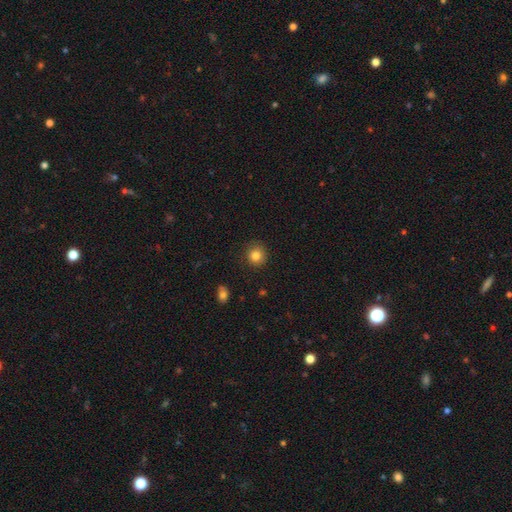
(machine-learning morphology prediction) Smooth or featured?
  - smooth: 84% *
  - star or artifact: 11%
  - featured or disk: 6%
How rounded?
  - round: 90% *
  - in between: 9%
  - cigar-shaped: 1%
Merging?
  - none: 87% *
  - minor disturbance: 10%
  - major disturbance: 3%
  - merger: 1%